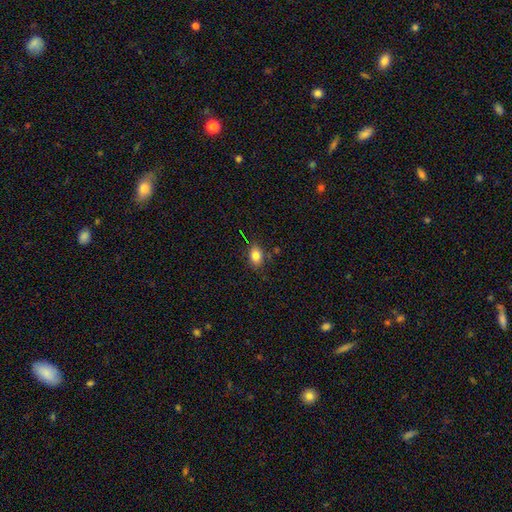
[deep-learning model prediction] Smooth or featured?
  - smooth: 82% *
  - star or artifact: 11%
  - featured or disk: 8%
How rounded?
  - in between: 72% *
  - round: 27%
  - cigar-shaped: 1%
Merging?
  - none: 81% *
  - minor disturbance: 13%
  - merger: 3%
  - major disturbance: 3%